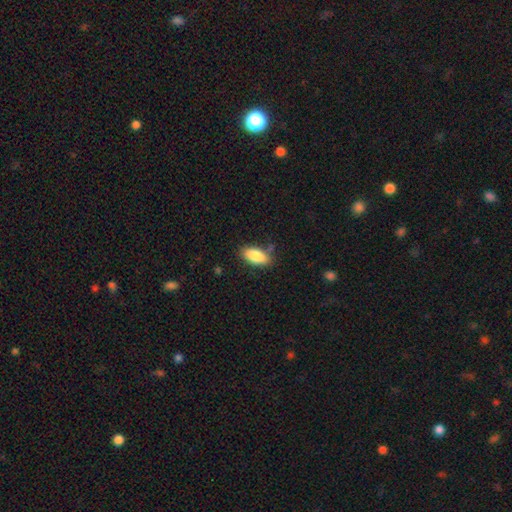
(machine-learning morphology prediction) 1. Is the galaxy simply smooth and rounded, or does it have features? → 86% smooth, 8% featured or disk, 7% star or artifact.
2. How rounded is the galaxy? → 88% in between, 9% cigar-shaped, 3% round.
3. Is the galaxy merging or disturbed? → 79% none, 15% minor disturbance, 3% merger, 3% major disturbance.